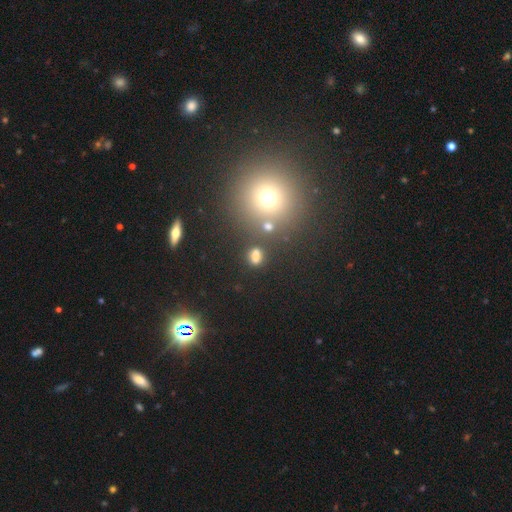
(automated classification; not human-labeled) A smooth galaxy with no disk features (72%) that is in between round and cigar-shaped (58%).

Vote fractions:
- Smooth or featured? smooth: 72% / star or artifact: 21% / featured or disk: 7%
- How rounded? in between: 58% / round: 39% / cigar-shaped: 3%
- Merging? none: 74% / minor disturbance: 11% / merger: 9% / major disturbance: 5%